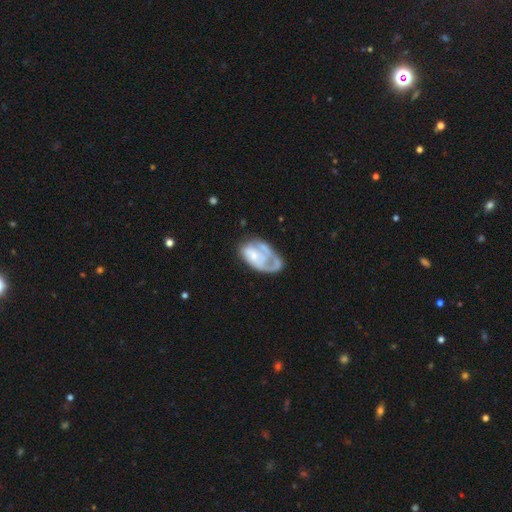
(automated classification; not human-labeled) Morphology: type=featured or disk (62%); edge-on=no (97%); bar=no (77%); spiral arms=yes (56%); bulge=small (45%); merging=none (34%).